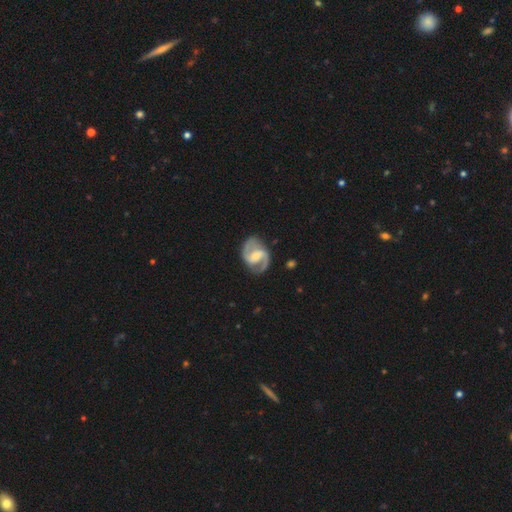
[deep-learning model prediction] smooth_or_featured: featured or disk (p=0.89) [alt: smooth p=0.07]
disk_edge_on: no (p=0.98) [alt: yes p=0.02]
bar: weak (p=0.50) [alt: strong p=0.32]
has_spiral_arms: yes (p=0.97) [alt: no p=0.03]
spiral_winding: medium (p=0.59) [alt: loose p=0.21]
spiral_arm_count: 2 (p=0.93) [alt: can't tell p=0.02]
bulge_size: moderate (p=0.48) [alt: small p=0.42]
merging: none (p=0.81) [alt: minor disturbance p=0.13]